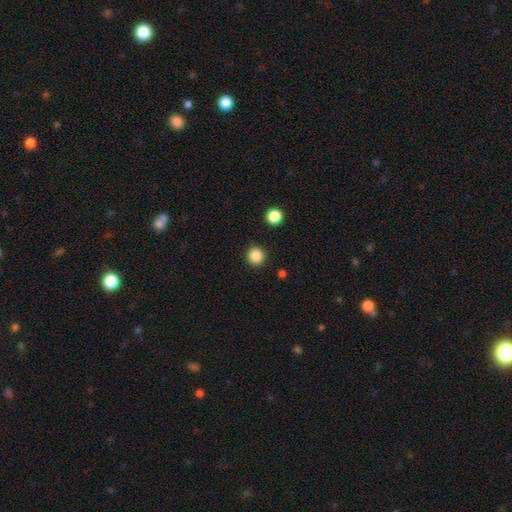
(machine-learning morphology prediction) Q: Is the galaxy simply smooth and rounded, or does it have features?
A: smooth — 86%.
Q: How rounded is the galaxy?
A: round — 94%.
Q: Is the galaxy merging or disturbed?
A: none — 90%.